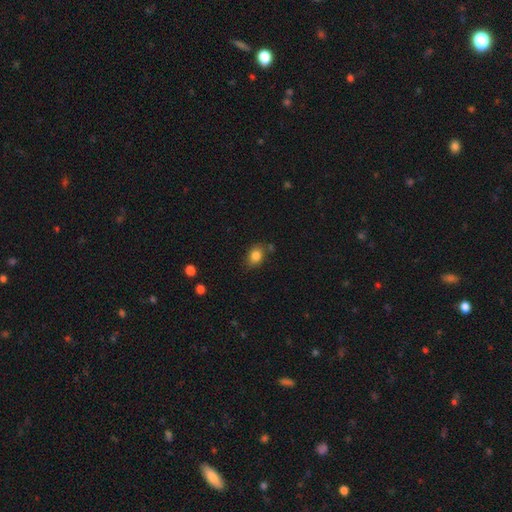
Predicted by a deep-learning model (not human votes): Overall: smooth (84%). How rounded: in between (65%; round 34%). Merging: none (73%).